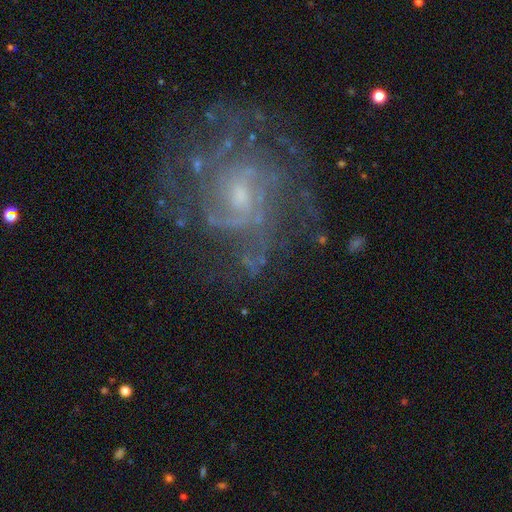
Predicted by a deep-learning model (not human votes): Overall: featured or disk (82%). Edge-on disk: no (98%). Bar: no (56%; weak 38%). Spiral arms: yes (91%). Spiral arm count: can't tell (41%; 3 15%). Spiral winding: tight (50%; medium 37%). Bulge size: small (61%; moderate 30%). Merging: none (71%).